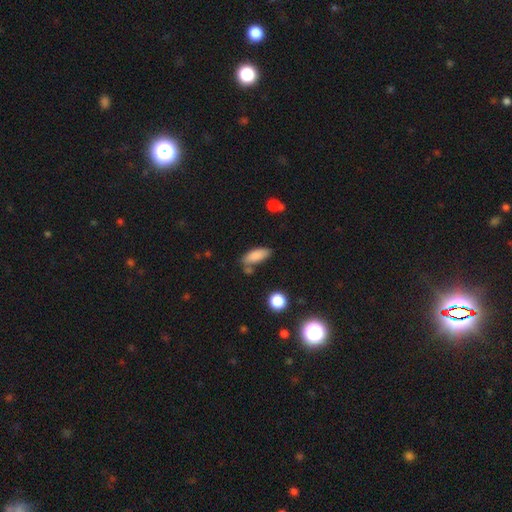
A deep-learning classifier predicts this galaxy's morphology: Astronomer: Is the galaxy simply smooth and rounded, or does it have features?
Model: smooth — 85%.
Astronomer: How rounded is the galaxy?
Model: in between — 76%.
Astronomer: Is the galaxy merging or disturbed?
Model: none — 64%.